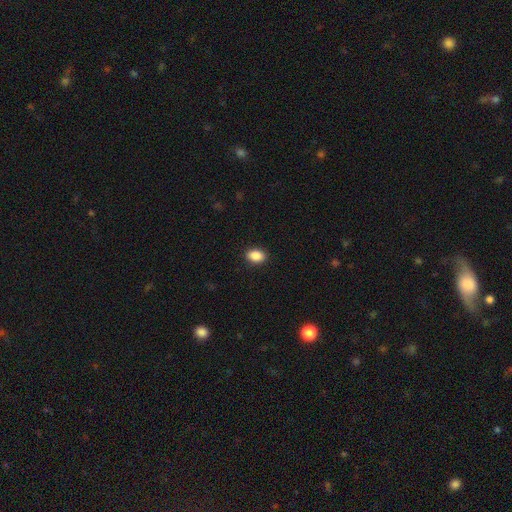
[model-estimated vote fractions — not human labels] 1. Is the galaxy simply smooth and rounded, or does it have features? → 88% smooth, 8% star or artifact, 4% featured or disk.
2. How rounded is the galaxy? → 83% in between, 15% round, 1% cigar-shaped.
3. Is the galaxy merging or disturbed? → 90% none, 7% minor disturbance, 2% major disturbance, 1% merger.